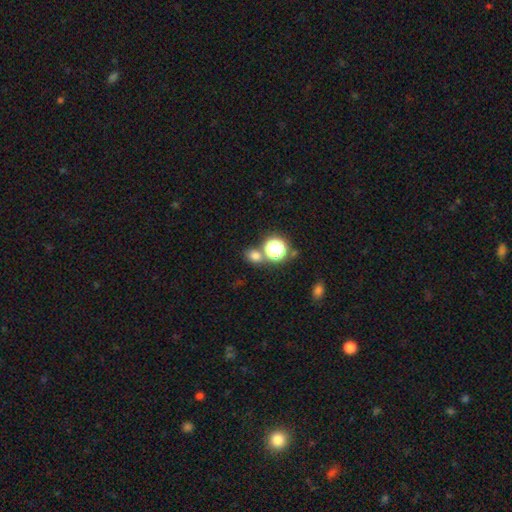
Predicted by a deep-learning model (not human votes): Morphology: type=smooth (70%); roundness=round (67%); merging=none (69%).